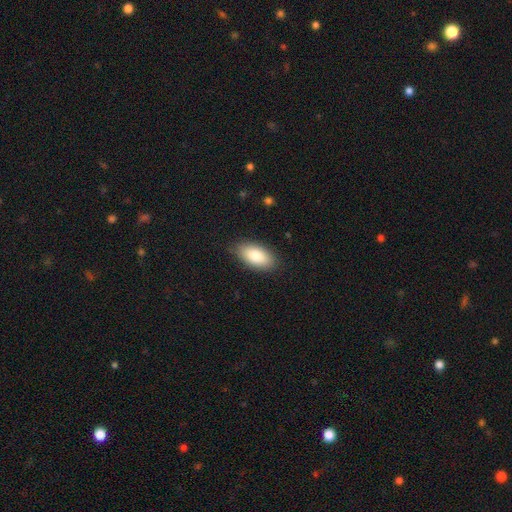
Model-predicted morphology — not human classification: smooth-or-featured: smooth: 82% | featured or disk: 12% | star or artifact: 6%
  how-rounded: in between: 92% | cigar-shaped: 4% | round: 3%
  merging: none: 85% | minor disturbance: 11% | major disturbance: 2% | merger: 1%